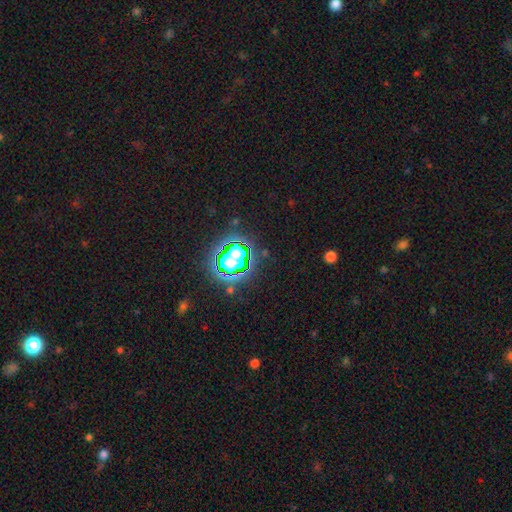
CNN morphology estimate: Q: Smooth or featured?
A: star or artifact (76%); runner-up: smooth (16%)